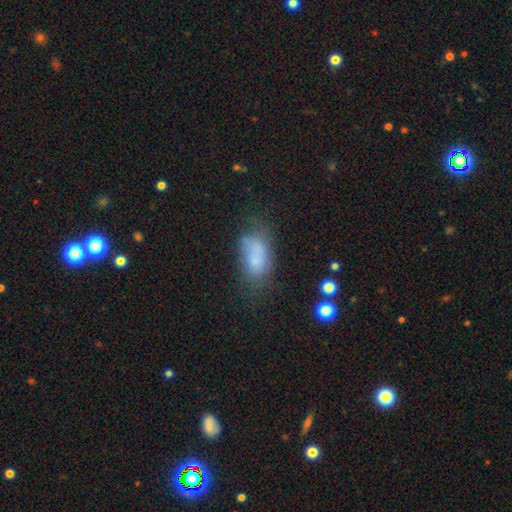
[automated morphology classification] smooth_or_featured: smooth (p=0.72) [alt: featured or disk p=0.17]
how_rounded: in between (p=0.90) [alt: round p=0.05]
merging: none (p=0.44) [alt: minor disturbance p=0.30]